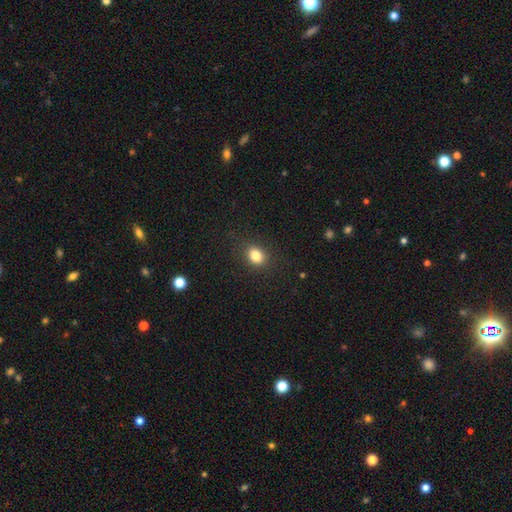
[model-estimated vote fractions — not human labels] Smooth or featured? Predicted: smooth (p=0.83). How rounded? Predicted: in between (p=0.58). Merging? Predicted: none (p=0.86).